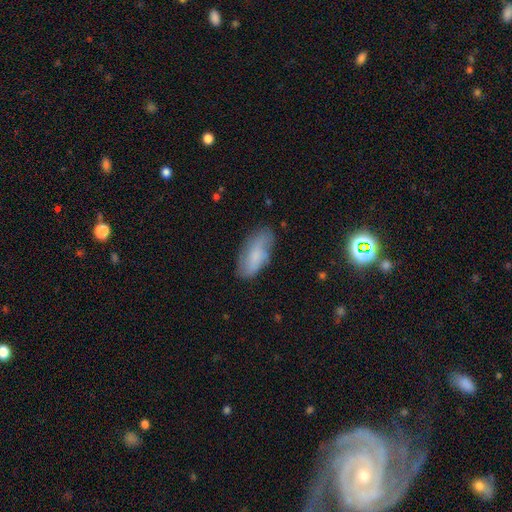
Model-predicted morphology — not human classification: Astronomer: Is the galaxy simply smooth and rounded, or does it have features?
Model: smooth — 62%.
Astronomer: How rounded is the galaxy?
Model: in between — 84%.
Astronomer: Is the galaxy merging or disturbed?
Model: none — 70%.